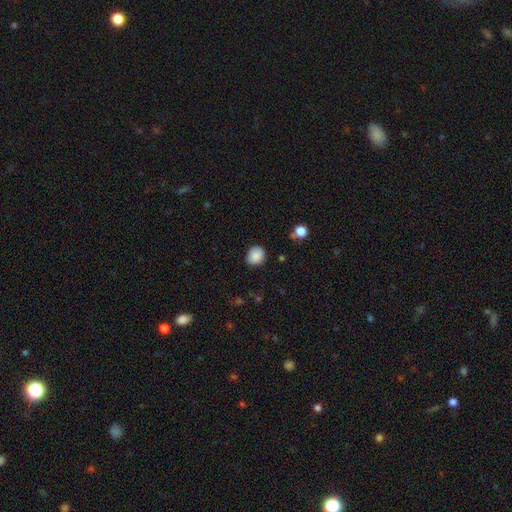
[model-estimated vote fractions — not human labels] Smooth or featured? smooth (87%)
How rounded? round (74%)
Merging? none (81%)